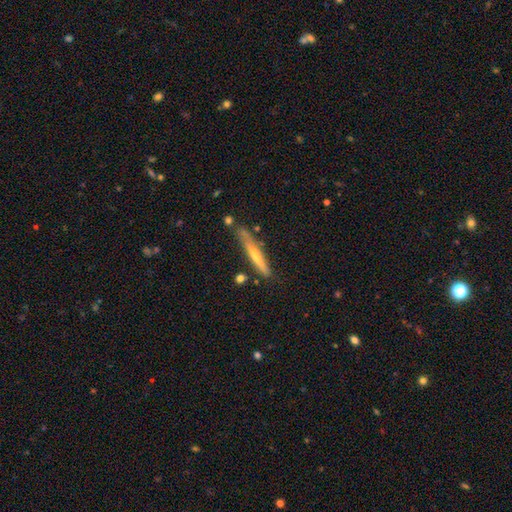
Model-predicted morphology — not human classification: The model was most divided on "smooth or featured": featured or disk: 63%, smooth: 28%, star or artifact: 9%. More confident: edge-on disk — yes (93%); merging — none (76%); edge-on bulge — rounded (76%).